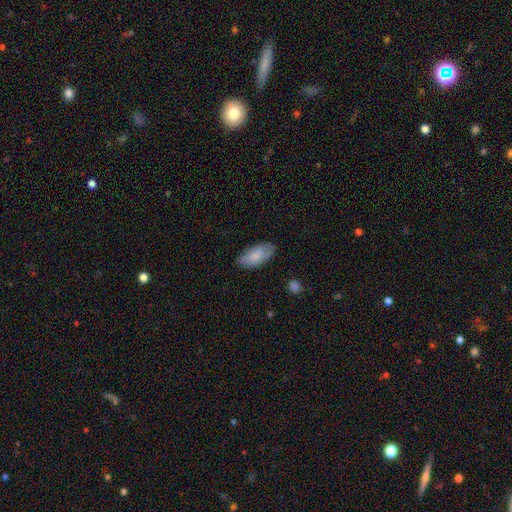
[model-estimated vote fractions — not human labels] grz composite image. It shows a smooth galaxy with no disk features (78%) that is in between round and cigar-shaped (91%). Merging: none (75%).